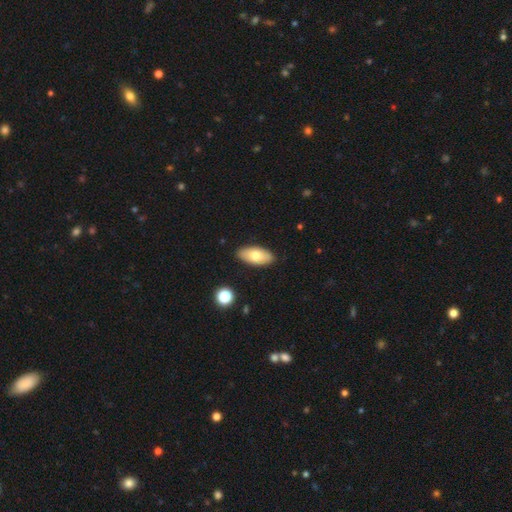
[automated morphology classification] The model was most divided on "smooth or featured": smooth: 74%, featured or disk: 20%, star or artifact: 7%. More confident: how rounded — in between (90%); merging — none (87%).